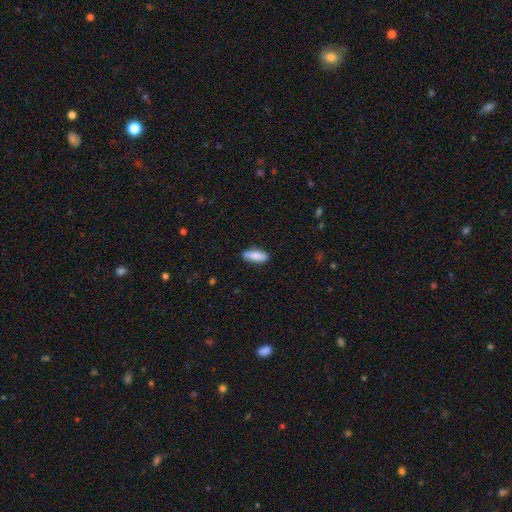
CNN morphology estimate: Smooth or featured: smooth — 83% (featured or disk — 11%)
How rounded: in between — 64% (cigar-shaped — 34%)
Merging: none — 87% (minor disturbance — 10%)